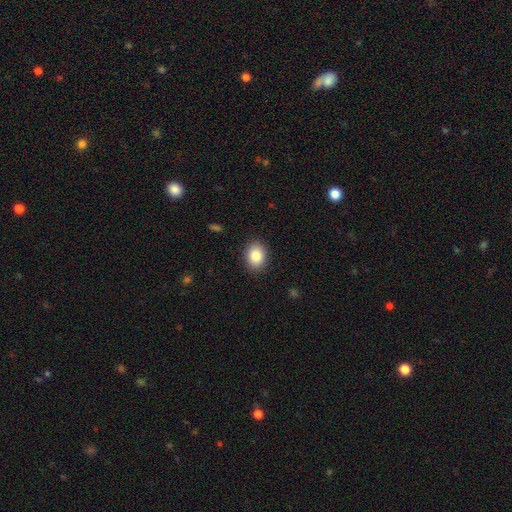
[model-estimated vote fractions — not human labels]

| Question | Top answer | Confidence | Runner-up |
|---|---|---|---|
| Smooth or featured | smooth | 84% | star or artifact (8%) |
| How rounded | in between | 56% | round (43%) |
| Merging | none | 89% | minor disturbance (8%) |